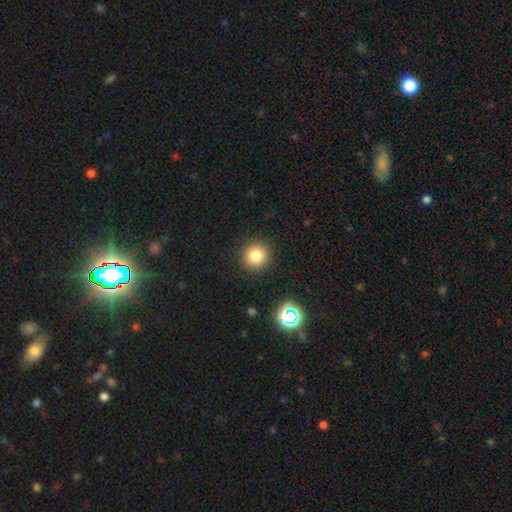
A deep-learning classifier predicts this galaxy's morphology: Smooth or featured? Predicted: smooth (p=0.81). How rounded? Predicted: round (p=0.94). Merging? Predicted: none (p=0.91).